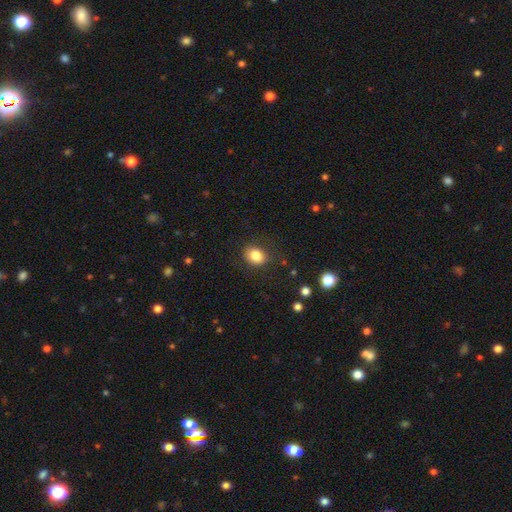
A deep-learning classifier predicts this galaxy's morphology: Smooth or featured?
  - smooth: 84% *
  - star or artifact: 10%
  - featured or disk: 6%
How rounded?
  - in between: 55% *
  - round: 44%
  - cigar-shaped: 1%
Merging?
  - none: 84% *
  - minor disturbance: 11%
  - major disturbance: 4%
  - merger: 1%